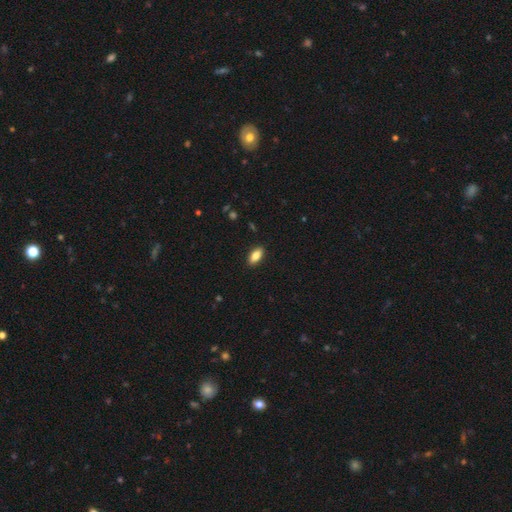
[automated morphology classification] Q: Smooth or featured?
A: smooth (83%); runner-up: featured or disk (10%)
Q: How rounded?
A: in between (88%); runner-up: cigar-shaped (9%)
Q: Merging?
A: none (89%); runner-up: minor disturbance (8%)